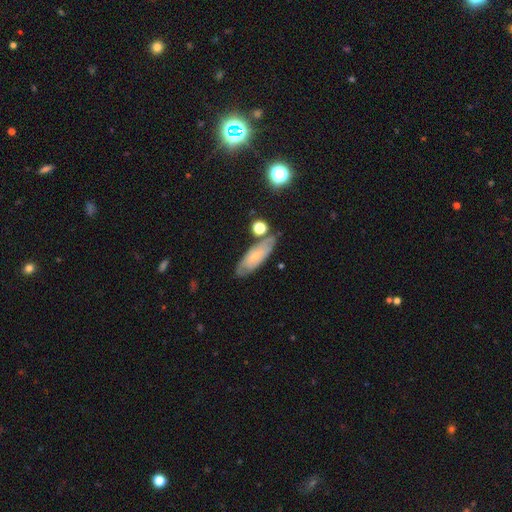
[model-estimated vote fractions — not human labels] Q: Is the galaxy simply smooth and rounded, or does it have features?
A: smooth — 54%.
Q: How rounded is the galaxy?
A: in between — 63%.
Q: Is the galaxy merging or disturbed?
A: none — 70%.